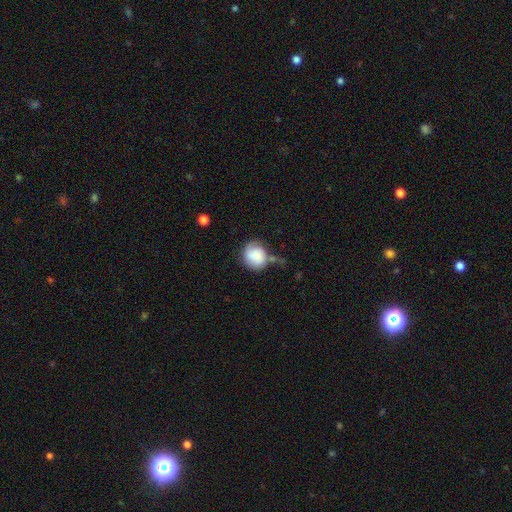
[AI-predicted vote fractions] Smooth or featured? Predicted: smooth (p=0.71). How rounded? Predicted: round (p=0.77). Merging? Predicted: none (p=0.41).